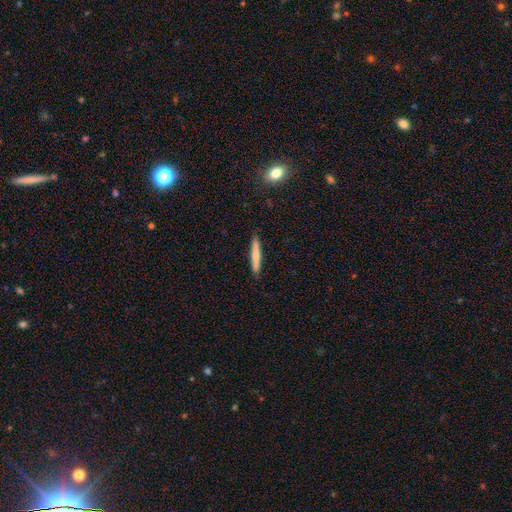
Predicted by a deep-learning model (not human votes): smooth_or_featured: smooth (p=0.69) [alt: featured or disk p=0.25]
how_rounded: cigar-shaped (p=0.95) [alt: in between p=0.04]
merging: none (p=0.90) [alt: minor disturbance p=0.07]